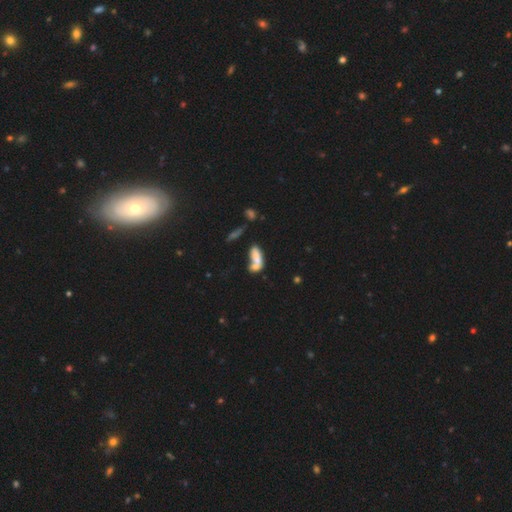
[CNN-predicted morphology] A smooth galaxy with no disk features (67%) that is in between round and cigar-shaped (72%). Merging: merger (53%).